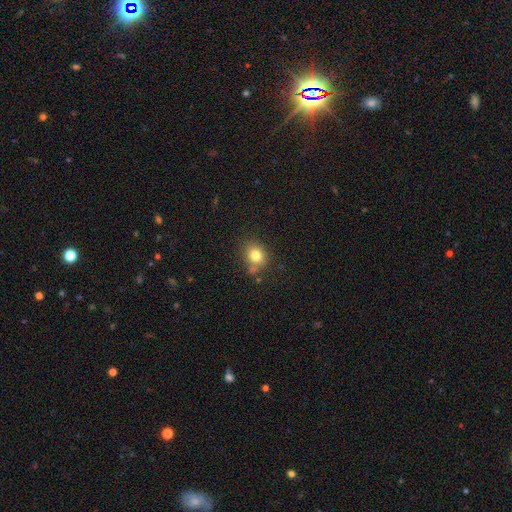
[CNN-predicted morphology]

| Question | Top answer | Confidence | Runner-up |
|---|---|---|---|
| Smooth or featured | smooth | 80% | star or artifact (12%) |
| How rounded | round | 68% | in between (31%) |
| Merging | none | 69% | minor disturbance (17%) |